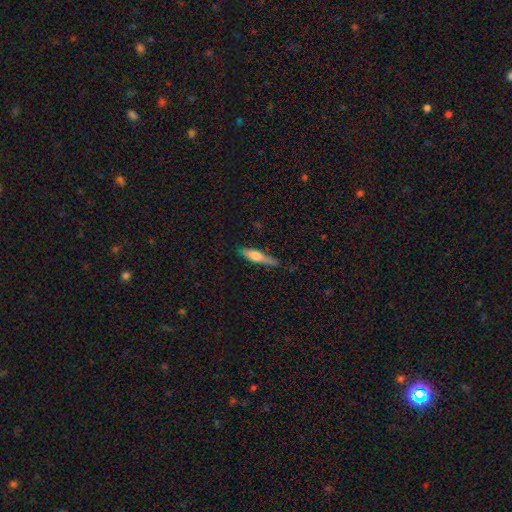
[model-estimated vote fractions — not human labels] Overall: smooth (57%; featured or disk 36%). How rounded: cigar-shaped (76%). Merging: none (64%; minor disturbance 27%).